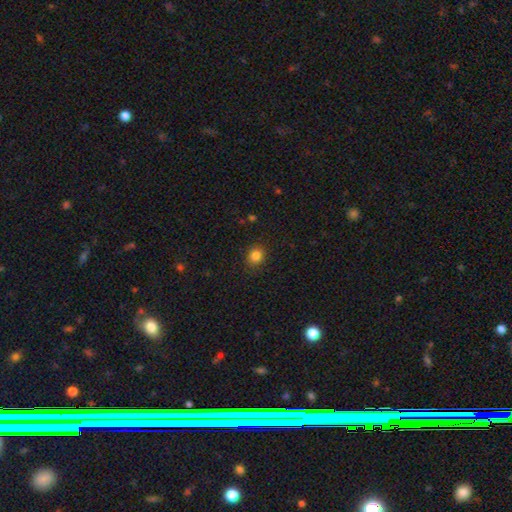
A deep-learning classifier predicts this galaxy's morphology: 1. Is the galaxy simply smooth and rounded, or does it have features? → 84% smooth, 12% star or artifact, 5% featured or disk.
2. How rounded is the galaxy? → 72% round, 28% in between, 1% cigar-shaped.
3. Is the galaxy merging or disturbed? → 89% none, 8% minor disturbance, 2% major disturbance, 1% merger.